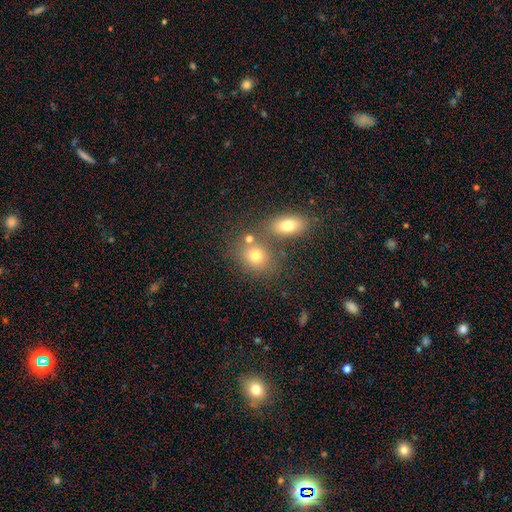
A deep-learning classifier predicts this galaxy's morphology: A smooth galaxy with no disk features (73%) that is round (60%). Merging: none (59%).